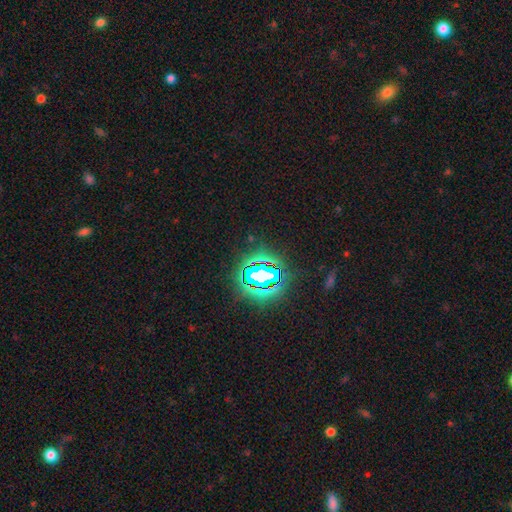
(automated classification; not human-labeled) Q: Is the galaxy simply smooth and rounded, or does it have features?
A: star or artifact — 82%.